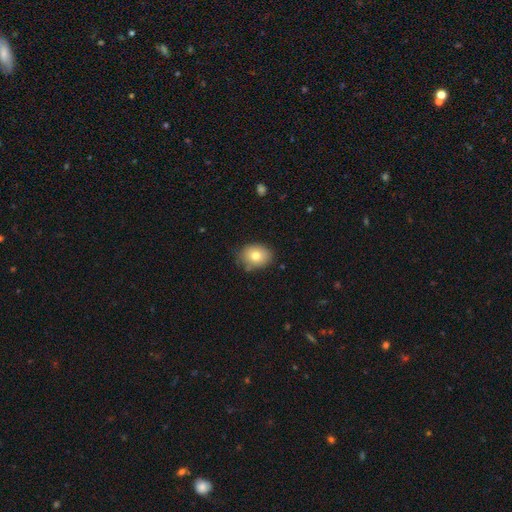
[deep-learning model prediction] A smooth galaxy with no disk features (76%) that is in between round and cigar-shaped (53%).

Vote fractions:
- Smooth or featured? smooth: 76% / featured or disk: 14% / star or artifact: 10%
- How rounded? in between: 53% / round: 46% / cigar-shaped: 1%
- Merging? none: 79% / minor disturbance: 17% / major disturbance: 3% / merger: 2%